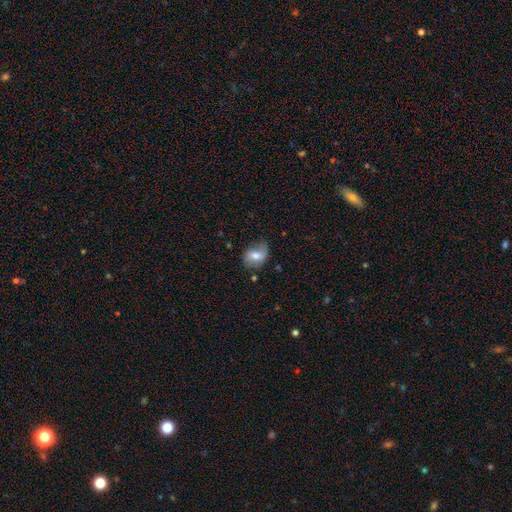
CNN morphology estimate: The model was most divided on "how rounded": in between: 61%, round: 38%, cigar-shaped: 1%. More confident: merging — none (60%); smooth or featured — smooth (58%).